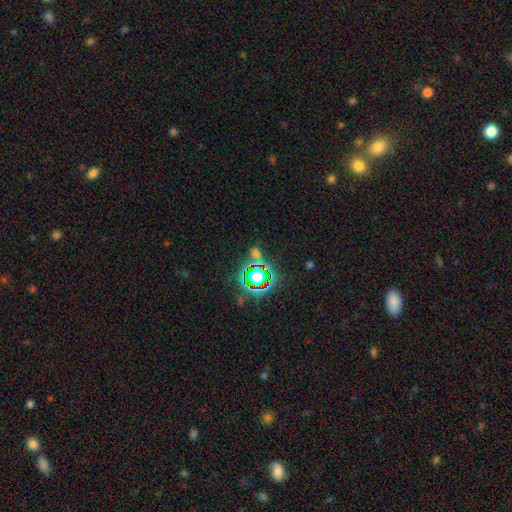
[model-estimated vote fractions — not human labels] A star or artifact, not a galaxy (74%).

Vote fractions:
- Smooth or featured? star or artifact: 74% / smooth: 18% / featured or disk: 9%